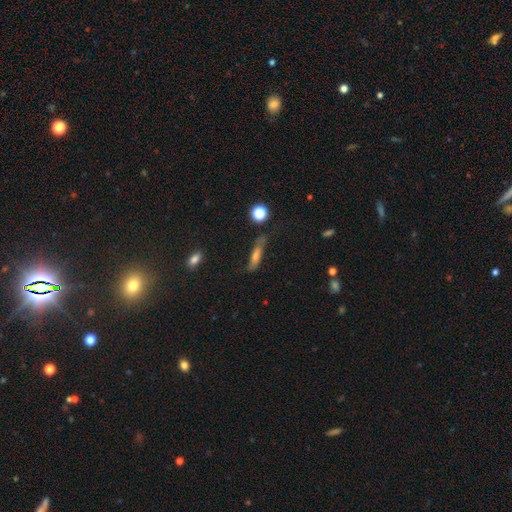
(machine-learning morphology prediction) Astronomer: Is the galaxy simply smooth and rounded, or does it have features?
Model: smooth — 50% (runner-up: featured or disk, 36%).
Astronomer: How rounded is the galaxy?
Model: cigar-shaped — 73%.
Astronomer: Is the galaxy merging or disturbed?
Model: none — 60%.